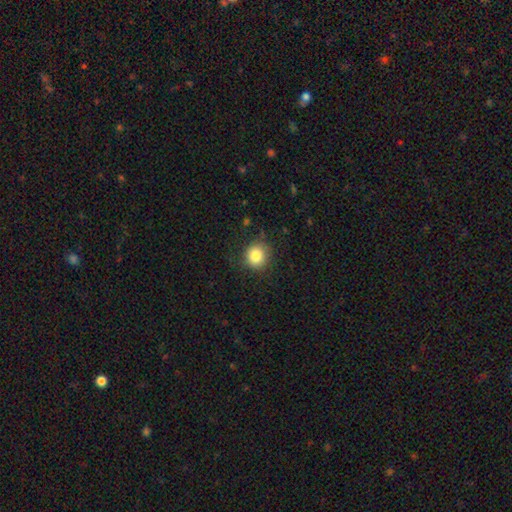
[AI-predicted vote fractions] smooth 84%, star or artifact 10%, featured or disk 6%. Down the decision tree: how rounded — round (88%); merging — none (82%).